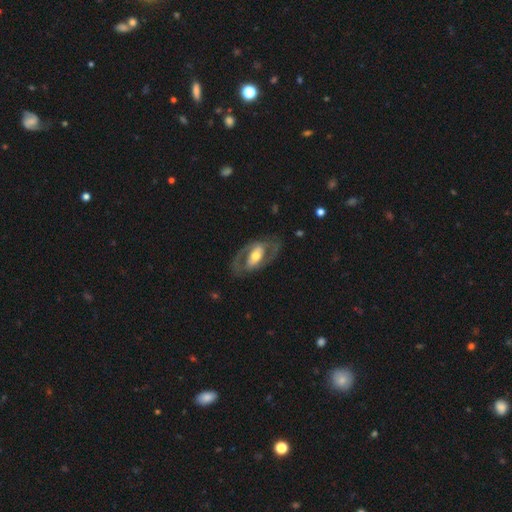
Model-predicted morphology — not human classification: This is likely a featured or disk galaxy (74%). It is clearly not viewed edge-on (92%). Bar: marginally no (36%). Spiral arm pattern: likely yes (62%). Central bulge: likely moderate (62%). Merging: likely none (72%).